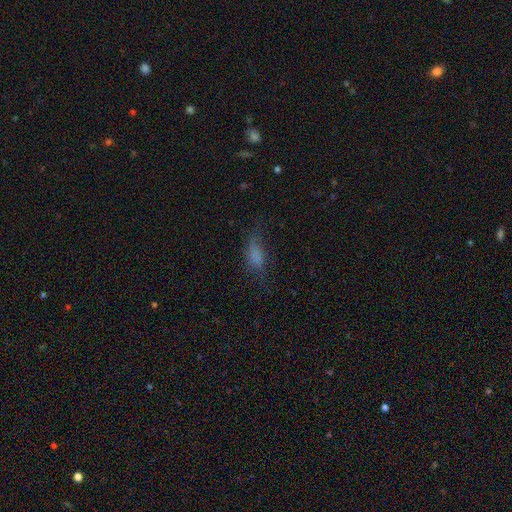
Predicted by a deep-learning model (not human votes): Q: Smooth or featured?
A: smooth (69%); runner-up: featured or disk (17%)
Q: How rounded?
A: in between (74%); runner-up: cigar-shaped (21%)
Q: Merging?
A: none (46%); runner-up: minor disturbance (28%)